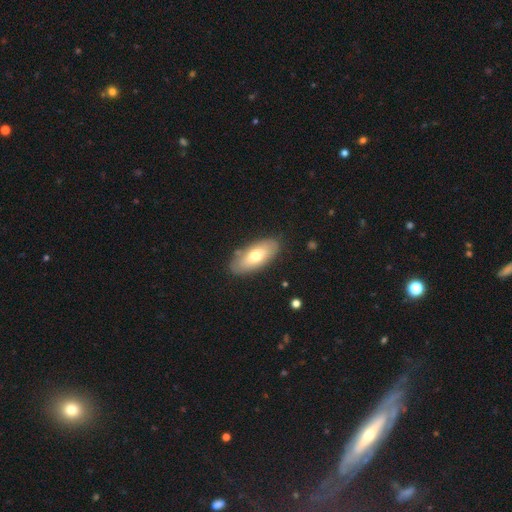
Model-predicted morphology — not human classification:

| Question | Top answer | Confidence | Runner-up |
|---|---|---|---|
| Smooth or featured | smooth | 65% | featured or disk (29%) |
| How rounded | in between | 86% | cigar-shaped (11%) |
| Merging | none | 83% | minor disturbance (12%) |